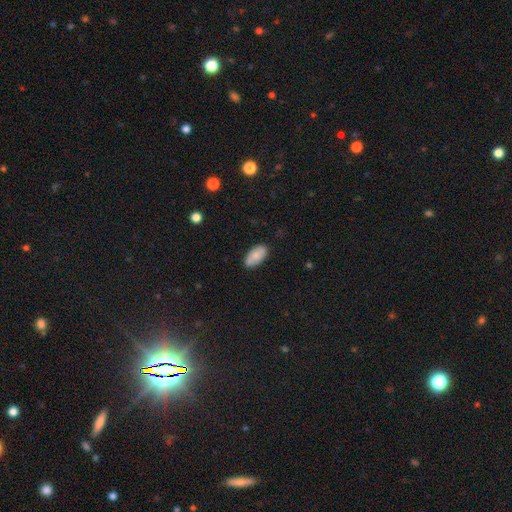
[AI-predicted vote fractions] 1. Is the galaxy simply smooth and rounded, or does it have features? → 78% smooth, 15% featured or disk, 7% star or artifact.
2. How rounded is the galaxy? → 94% in between, 3% cigar-shaped, 3% round.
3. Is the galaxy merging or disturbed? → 82% none, 14% minor disturbance, 2% major disturbance, 2% merger.